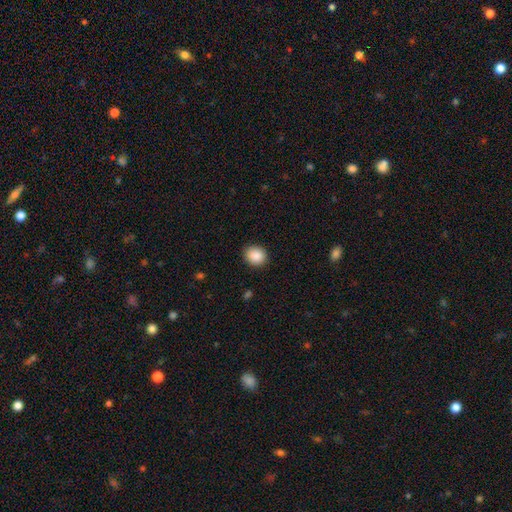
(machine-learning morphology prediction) This is clearly a smooth galaxy (89%). How rounded: likely round (75%). Merging: clearly none (89%).